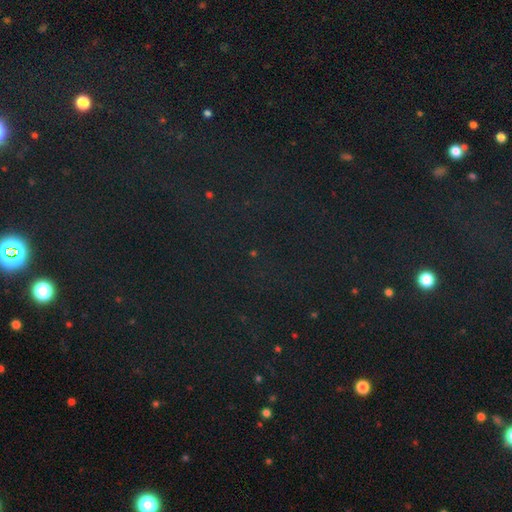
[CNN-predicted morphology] type=star or artifact (80%).